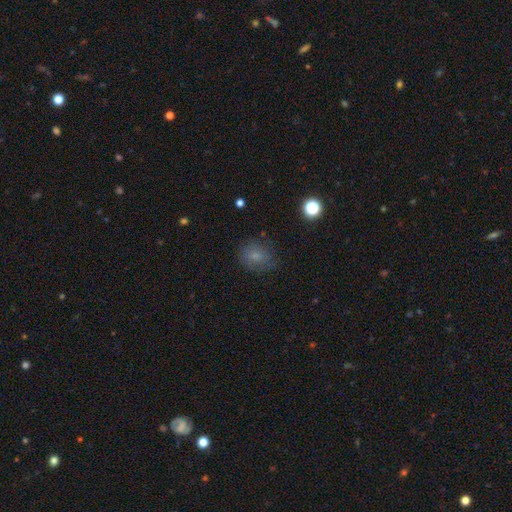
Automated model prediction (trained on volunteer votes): A smooth galaxy with no disk features (75%) that is round (58%).

Vote fractions:
- Smooth or featured? smooth: 75% / star or artifact: 13% / featured or disk: 11%
- How rounded? round: 58% / in between: 41% / cigar-shaped: 1%
- Merging? none: 74% / minor disturbance: 18% / major disturbance: 7% / merger: 2%